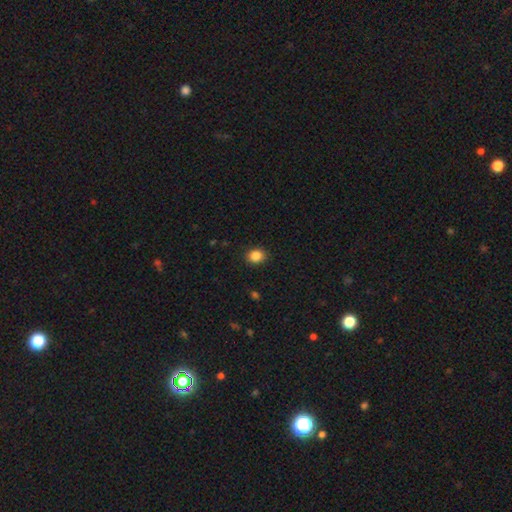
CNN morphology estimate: Smooth or featured? smooth (85%)
How rounded? round (66%)
Merging? none (90%)